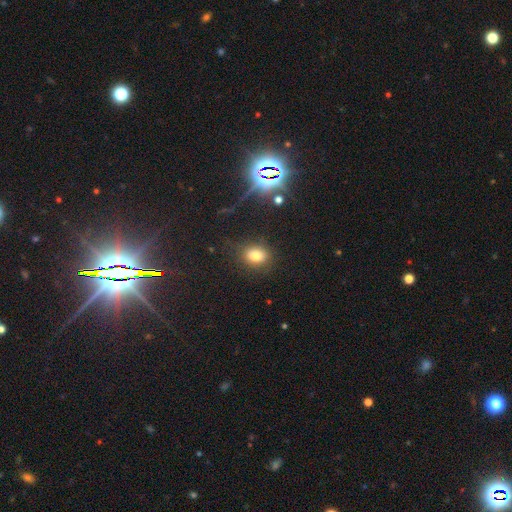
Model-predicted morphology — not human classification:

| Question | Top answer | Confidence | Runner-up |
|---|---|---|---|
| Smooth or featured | smooth | 78% | star or artifact (15%) |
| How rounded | in between | 58% | round (41%) |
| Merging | none | 80% | minor disturbance (13%) |